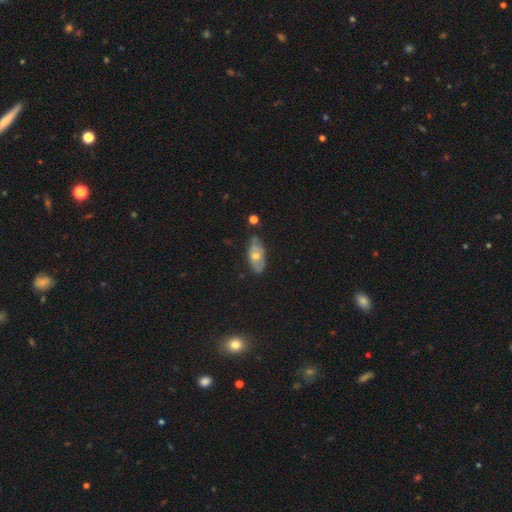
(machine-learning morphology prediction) Q: Smooth or featured?
A: smooth (49%); runner-up: featured or disk (43%)
Q: Merging?
A: none (63%); runner-up: minor disturbance (28%)